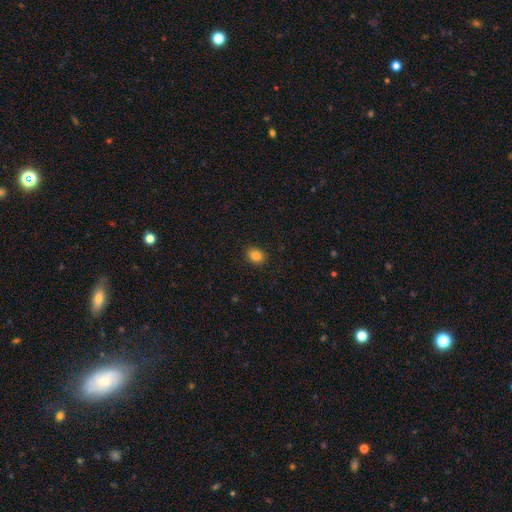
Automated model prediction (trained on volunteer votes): Smooth or featured? smooth (84%)
How rounded? in between (55%)
Merging? none (89%)